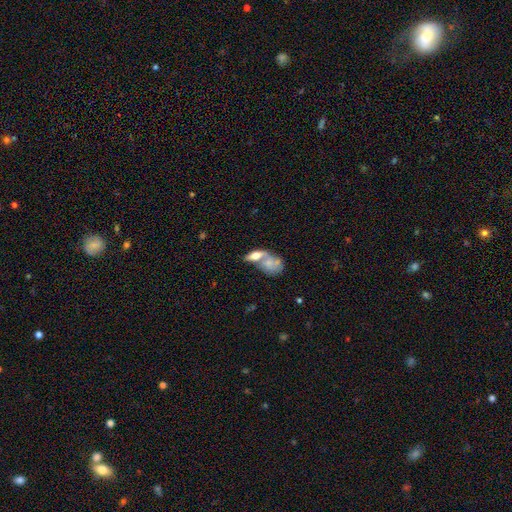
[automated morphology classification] The model was most divided on "smooth or featured": smooth: 56%, featured or disk: 36%, star or artifact: 8%. More confident: how rounded — in between (77%); merging — merger (59%).